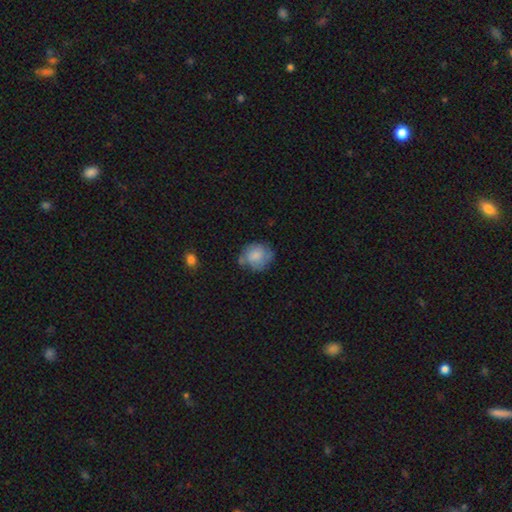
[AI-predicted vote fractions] smooth_or_featured: smooth (p=0.64) [alt: featured or disk p=0.28]
how_rounded: round (p=0.71) [alt: in between p=0.28]
merging: none (p=0.54) [alt: minor disturbance p=0.29]